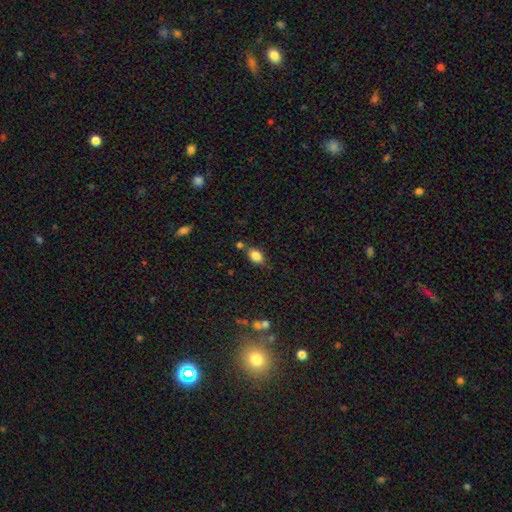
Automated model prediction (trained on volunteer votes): smooth-or-featured: smooth: 84% | star or artifact: 10% | featured or disk: 7%
  how-rounded: in between: 77% | round: 21% | cigar-shaped: 2%
  merging: none: 66% | minor disturbance: 17% | merger: 12% | major disturbance: 5%